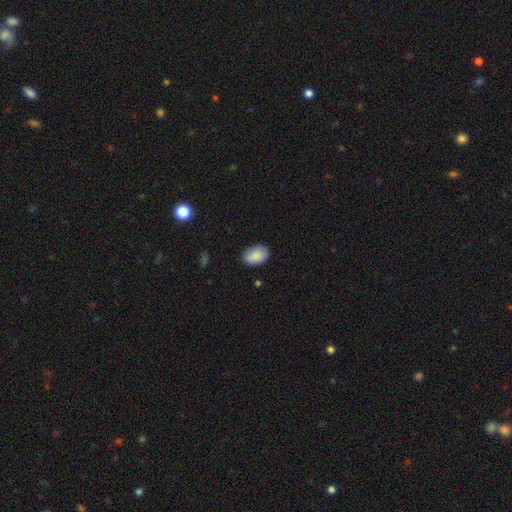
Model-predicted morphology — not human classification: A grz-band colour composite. It shows a smooth galaxy with no disk features (88%) that is in between round and cigar-shaped (88%). Merging: none (81%).